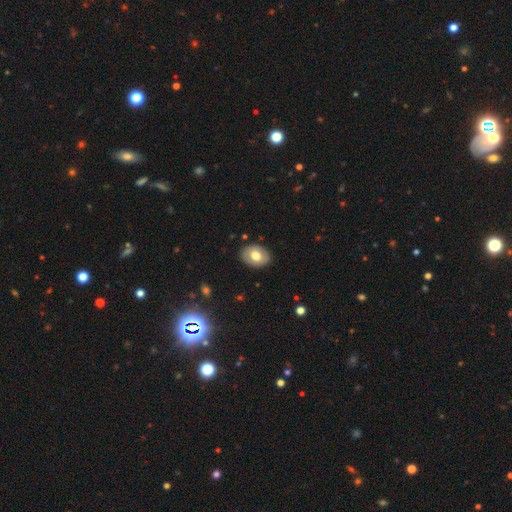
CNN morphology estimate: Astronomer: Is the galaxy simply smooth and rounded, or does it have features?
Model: smooth — 67%.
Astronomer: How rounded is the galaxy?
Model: in between — 72%.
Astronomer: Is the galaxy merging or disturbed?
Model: none — 87%.